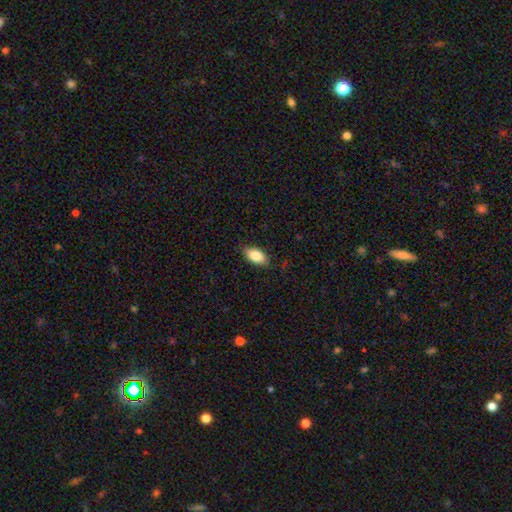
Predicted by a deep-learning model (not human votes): A smooth galaxy with no disk features (84%) that is in between round and cigar-shaped (92%). Merging: none (86%).